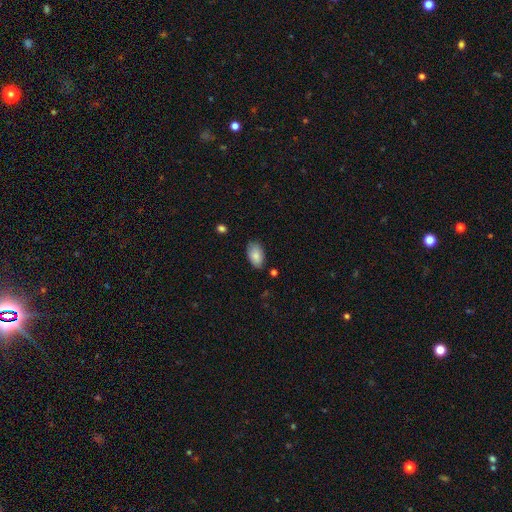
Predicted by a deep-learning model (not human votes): Smooth or featured? smooth (85%)
How rounded? in between (93%)
Merging? none (78%)